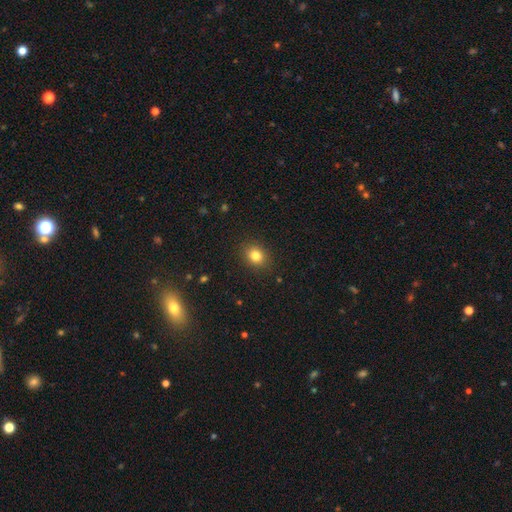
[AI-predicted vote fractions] A smooth galaxy with no disk features (82%) that is round (62%).

Vote fractions:
- Smooth or featured? smooth: 82% / star or artifact: 12% / featured or disk: 6%
- How rounded? round: 62% / in between: 37% / cigar-shaped: 1%
- Merging? none: 89% / minor disturbance: 7% / major disturbance: 2% / merger: 1%